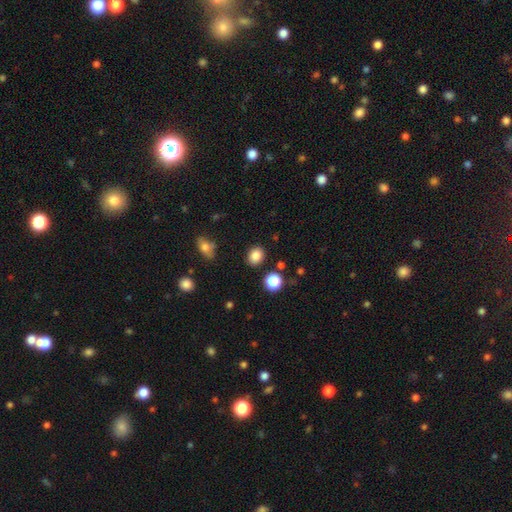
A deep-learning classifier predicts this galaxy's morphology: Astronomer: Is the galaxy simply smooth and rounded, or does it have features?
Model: smooth — 85%.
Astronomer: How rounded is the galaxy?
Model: round — 54% (runner-up: in between, 45%).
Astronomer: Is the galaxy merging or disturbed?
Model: none — 86%.